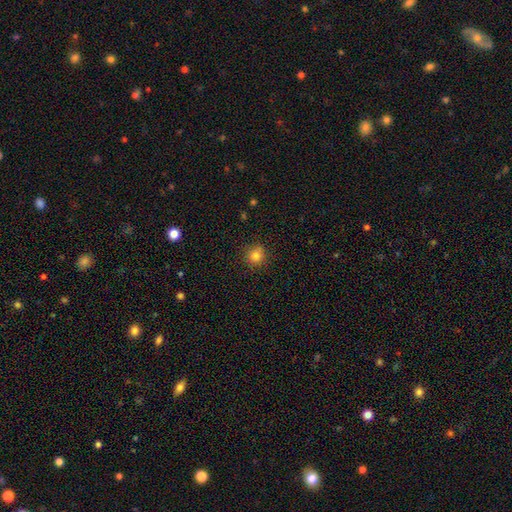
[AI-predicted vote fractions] Overall: smooth (82%). How rounded: round (90%). Merging: none (88%).